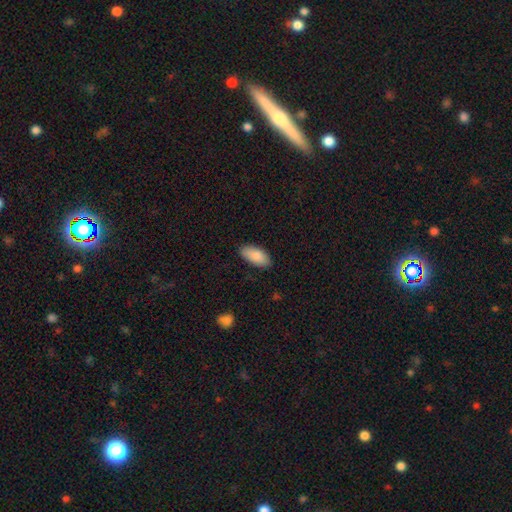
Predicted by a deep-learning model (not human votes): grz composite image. It shows a smooth galaxy with no disk features (88%) that is in between round and cigar-shaped (90%). Merging: none (87%).